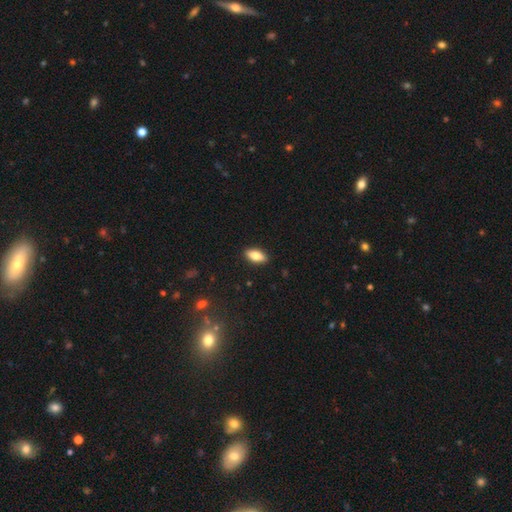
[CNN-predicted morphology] Q: Smooth or featured?
A: smooth (76%); runner-up: featured or disk (17%)
Q: How rounded?
A: in between (84%); runner-up: cigar-shaped (13%)
Q: Merging?
A: none (90%); runner-up: minor disturbance (8%)